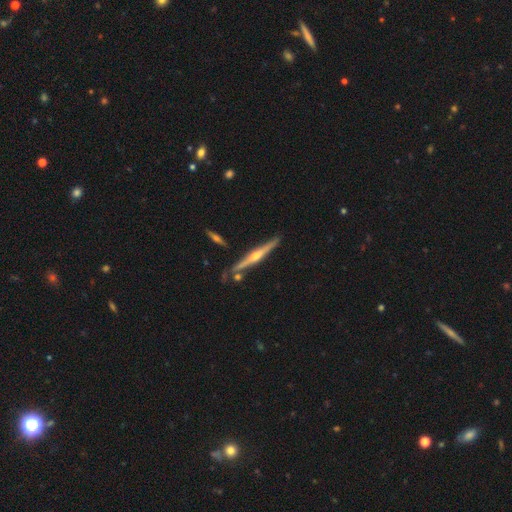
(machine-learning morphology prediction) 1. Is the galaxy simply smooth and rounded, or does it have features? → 82% featured or disk, 13% smooth, 5% star or artifact.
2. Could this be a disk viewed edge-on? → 98% yes, 2% no.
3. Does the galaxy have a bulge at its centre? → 92% rounded, 5% none, 3% boxy.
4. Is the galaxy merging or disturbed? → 82% none, 10% minor disturbance, 6% merger, 2% major disturbance.